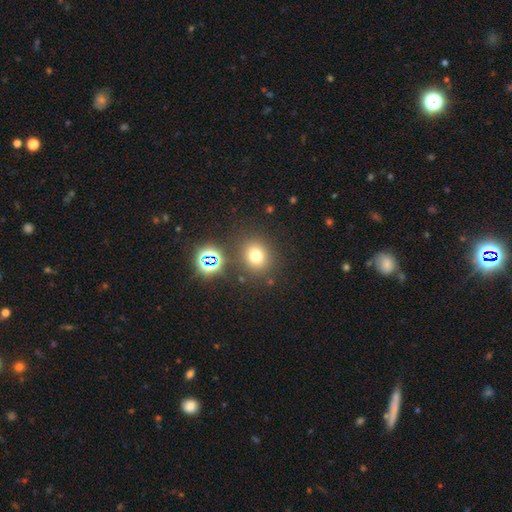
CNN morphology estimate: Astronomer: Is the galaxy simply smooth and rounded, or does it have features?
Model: smooth — 71%.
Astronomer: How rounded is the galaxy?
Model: round — 80%.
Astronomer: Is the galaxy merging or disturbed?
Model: none — 82%.